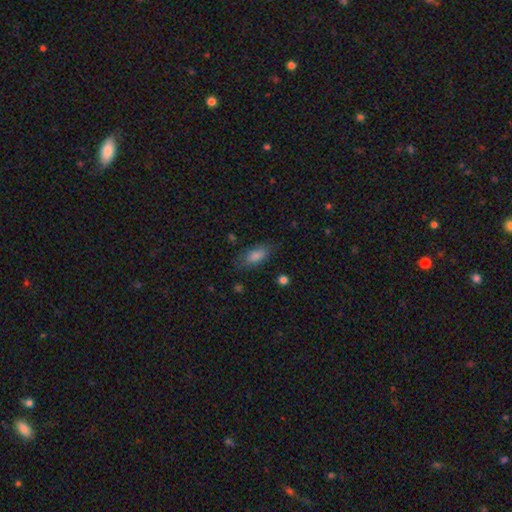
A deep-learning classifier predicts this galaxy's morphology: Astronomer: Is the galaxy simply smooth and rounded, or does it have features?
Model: smooth — 79%.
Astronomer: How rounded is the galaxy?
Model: in between — 82%.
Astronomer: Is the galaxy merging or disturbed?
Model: none — 77%.